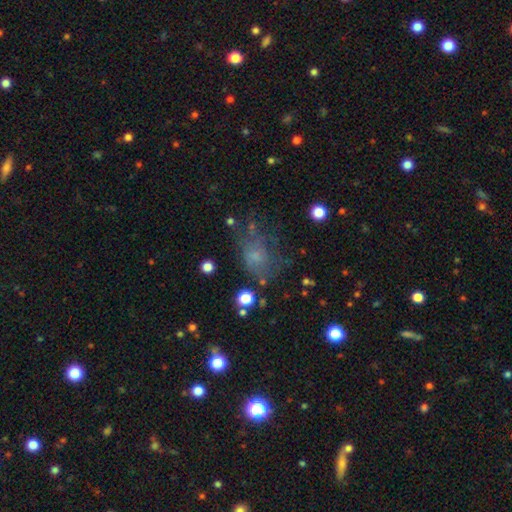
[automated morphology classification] This appears to be a smooth galaxy with no disk features (51%) that is in between round and cigar-shaped (63%). Merging: none (43%).